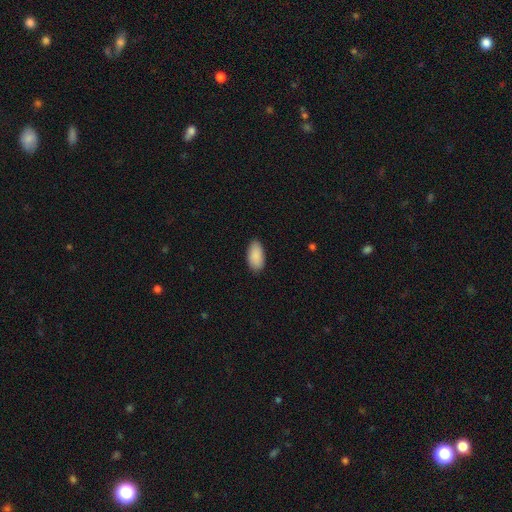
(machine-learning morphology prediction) smooth-or-featured: smooth: 90% | star or artifact: 6% | featured or disk: 3%
  how-rounded: in between: 95% | cigar-shaped: 3% | round: 2%
  merging: none: 86% | minor disturbance: 11% | major disturbance: 2% | merger: 1%